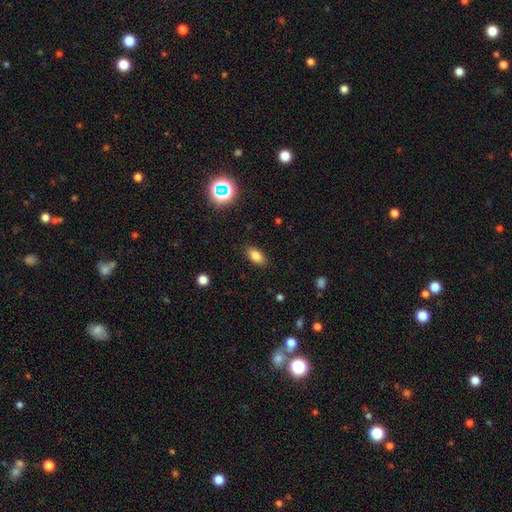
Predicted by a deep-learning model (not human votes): Smooth or featured?
  - smooth: 82% *
  - star or artifact: 11%
  - featured or disk: 7%
How rounded?
  - in between: 88% *
  - round: 6%
  - cigar-shaped: 6%
Merging?
  - none: 87% *
  - minor disturbance: 9%
  - major disturbance: 3%
  - merger: 1%